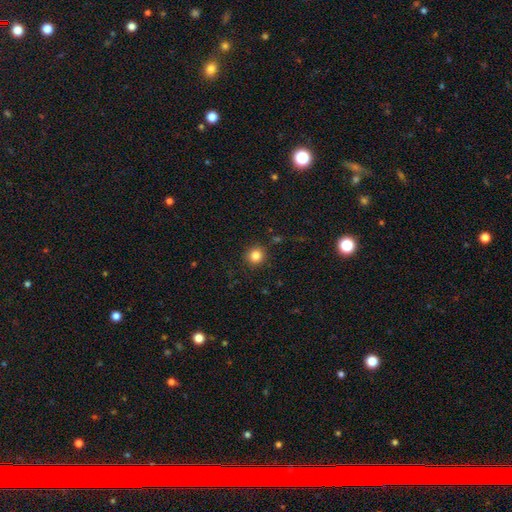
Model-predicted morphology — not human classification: smooth_or_featured: smooth (p=0.83) [alt: star or artifact p=0.12]
how_rounded: round (p=0.91) [alt: in between p=0.08]
merging: none (p=0.89) [alt: minor disturbance p=0.07]